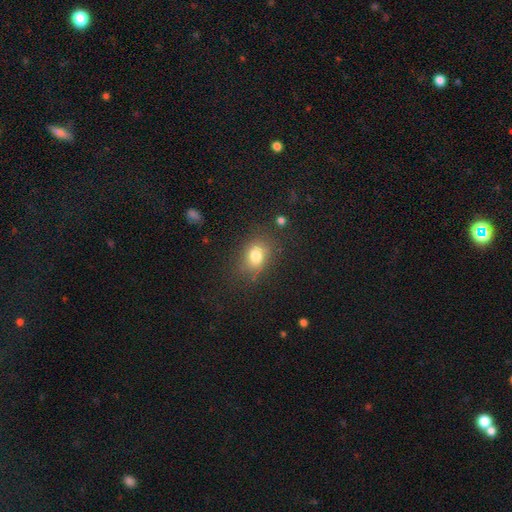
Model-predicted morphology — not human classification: Smooth or featured? Predicted: smooth (p=0.79). How rounded? Predicted: in between (p=0.58). Merging? Predicted: none (p=0.74).